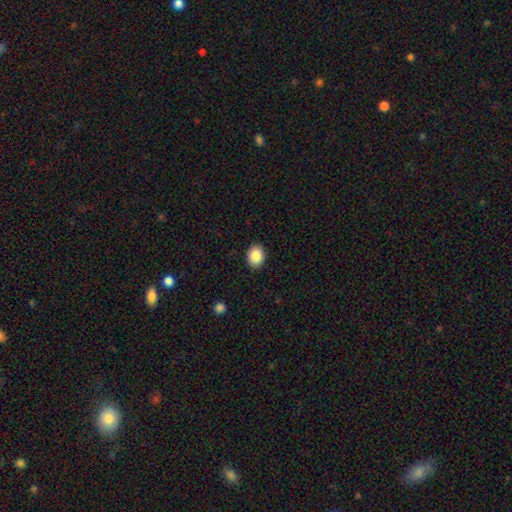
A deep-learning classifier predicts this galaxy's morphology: Smooth or featured?
  - smooth: 86% *
  - star or artifact: 8%
  - featured or disk: 6%
How rounded?
  - in between: 59% *
  - round: 40%
  - cigar-shaped: 1%
Merging?
  - none: 90% *
  - minor disturbance: 8%
  - major disturbance: 2%
  - merger: 1%